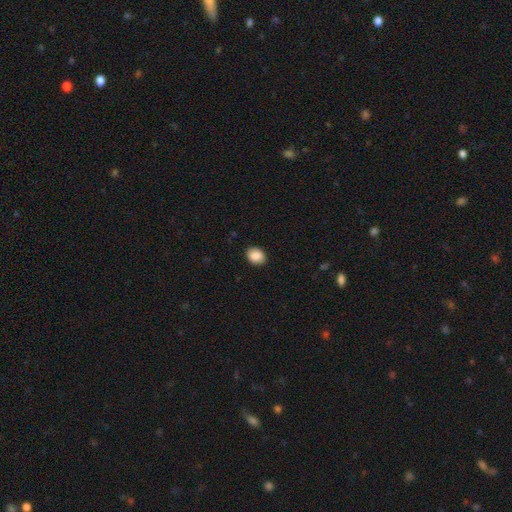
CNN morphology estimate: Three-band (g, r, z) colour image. It shows a smooth galaxy with no disk features (89%) that is in between round and cigar-shaped (50%). Merging: none (90%).